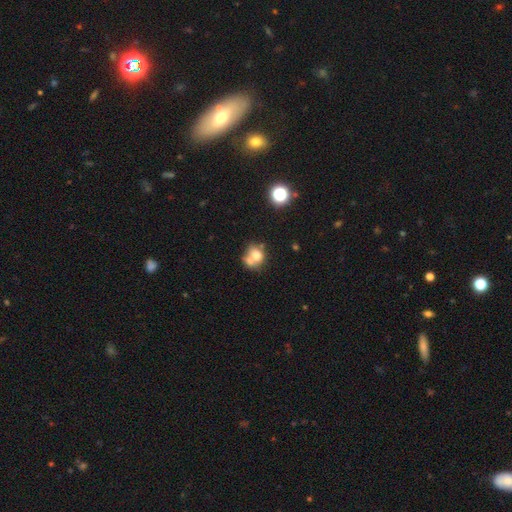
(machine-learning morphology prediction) smooth 67%, featured or disk 21%, star or artifact 12%. Down the decision tree: how rounded — round (62%); merging — merger (50%).